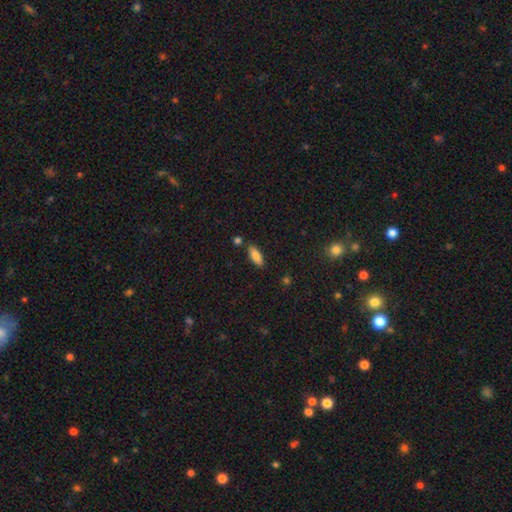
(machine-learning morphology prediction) smooth_or_featured: smooth (p=0.83) [alt: featured or disk p=0.10]
how_rounded: in between (p=0.72) [alt: cigar-shaped p=0.26]
merging: none (p=0.81) [alt: minor disturbance p=0.11]